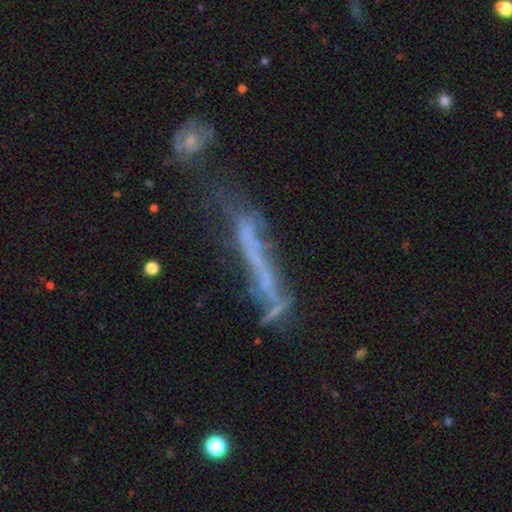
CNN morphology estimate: smooth-or-featured: featured or disk: 56% | smooth: 28% | star or artifact: 16%
  disk-edge-on: yes: 57% | no: 43%
  merging: none: 31% | major disturbance: 28% | merger: 21% | minor disturbance: 19%